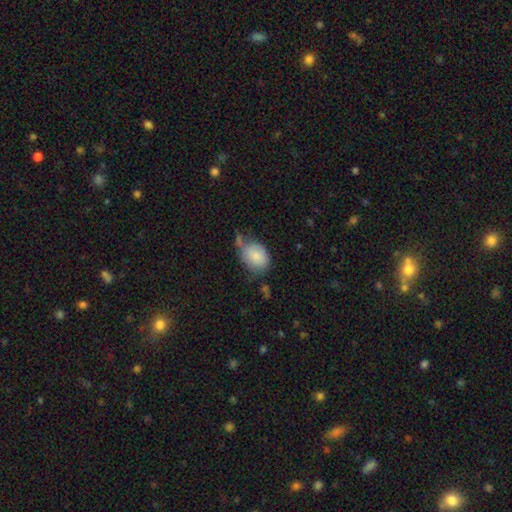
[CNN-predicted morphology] The model was most divided on "merging": none: 42%, minor disturbance: 32%, major disturbance: 14%, merger: 12%. More confident: smooth or featured — smooth (81%); how rounded — in between (66%).